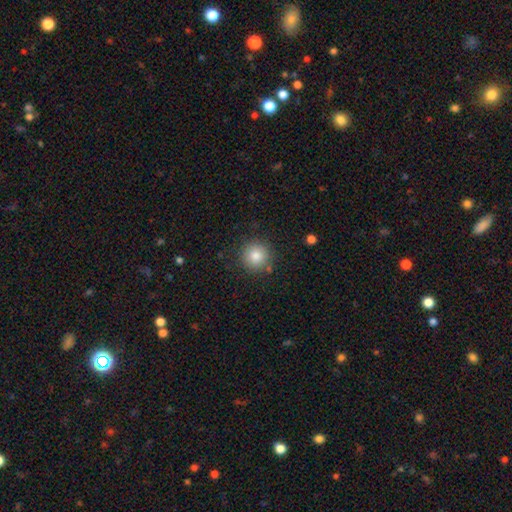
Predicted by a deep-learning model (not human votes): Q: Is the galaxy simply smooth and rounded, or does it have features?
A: smooth — 82%.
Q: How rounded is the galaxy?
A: round — 94%.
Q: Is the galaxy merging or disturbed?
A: none — 86%.